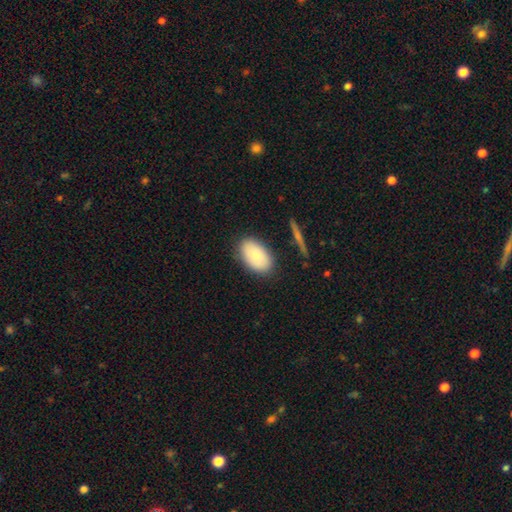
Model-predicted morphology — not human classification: This is clearly a smooth galaxy (81%). How rounded: clearly in between (93%). Merging: clearly none (82%).